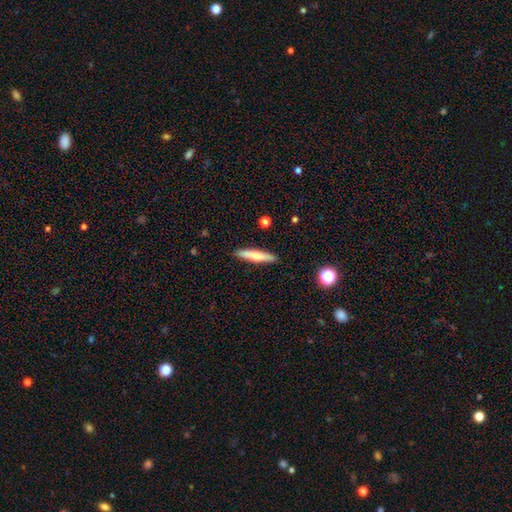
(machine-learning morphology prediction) type=smooth (64%); roundness=cigar-shaped (89%); merging=none (89%).